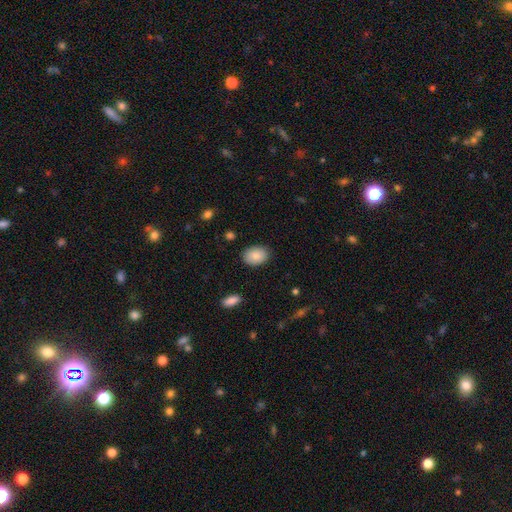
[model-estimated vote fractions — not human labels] Q: Smooth or featured?
A: smooth (85%); runner-up: featured or disk (8%)
Q: How rounded?
A: in between (78%); runner-up: round (21%)
Q: Merging?
A: none (86%); runner-up: minor disturbance (10%)